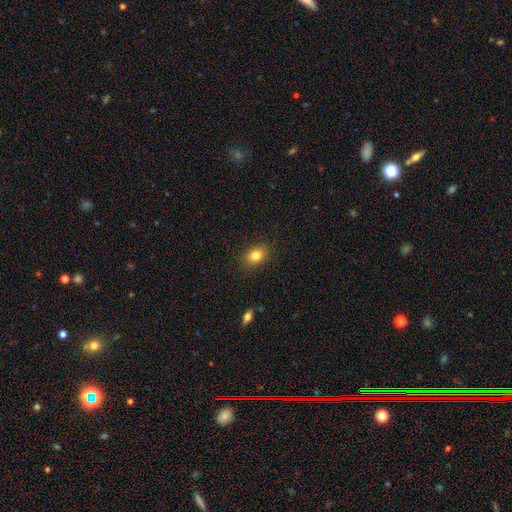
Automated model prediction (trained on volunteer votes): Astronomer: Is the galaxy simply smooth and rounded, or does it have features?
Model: smooth — 81%.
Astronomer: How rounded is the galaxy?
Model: in between — 69%.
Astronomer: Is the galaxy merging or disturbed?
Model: none — 87%.